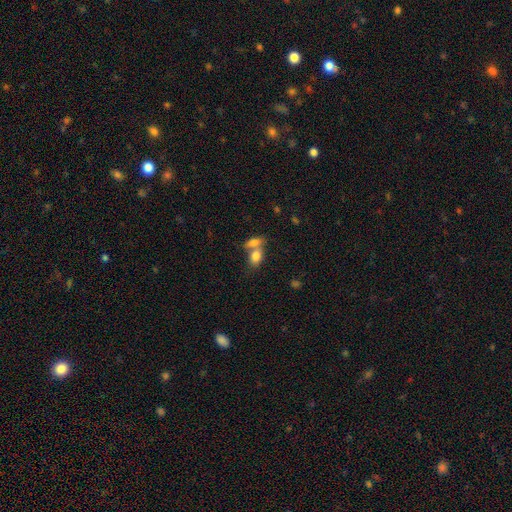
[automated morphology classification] smooth_or_featured: smooth (p=0.79) [alt: featured or disk p=0.13]
how_rounded: in between (p=0.80) [alt: round p=0.16]
merging: merger (p=0.58) [alt: none p=0.30]